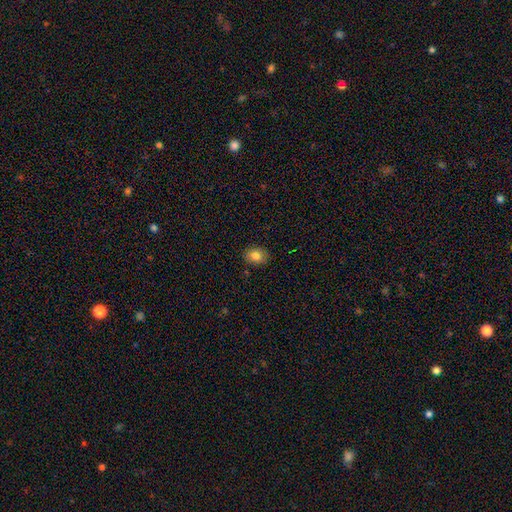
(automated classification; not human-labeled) A smooth galaxy with no disk features (82%) that is in between round and cigar-shaped (62%).

Vote fractions:
- Smooth or featured? smooth: 82% / star or artifact: 10% / featured or disk: 8%
- How rounded? in between: 62% / round: 37% / cigar-shaped: 1%
- Merging? none: 87% / minor disturbance: 10% / major disturbance: 2% / merger: 1%